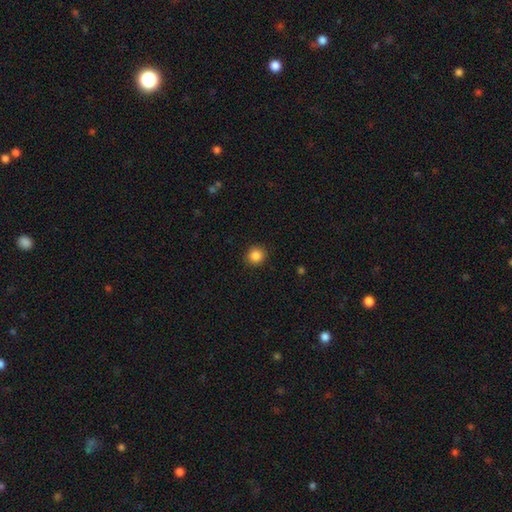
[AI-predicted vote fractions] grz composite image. It shows a smooth galaxy with no disk features (86%) that is round (91%). Merging: none (91%).